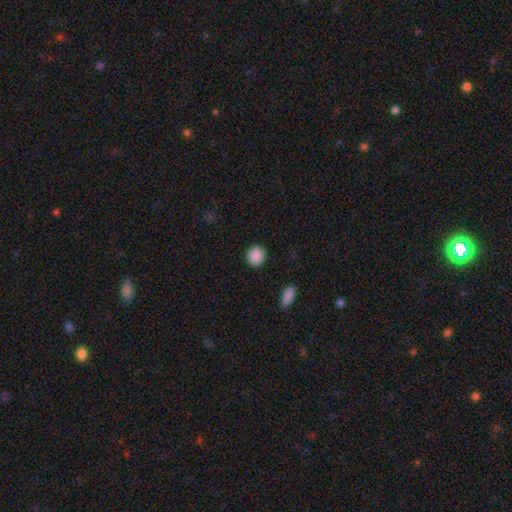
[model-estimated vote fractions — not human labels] smooth_or_featured: smooth (p=0.89) [alt: star or artifact p=0.08]
how_rounded: round (p=0.84) [alt: in between p=0.15]
merging: none (p=0.86) [alt: minor disturbance p=0.10]